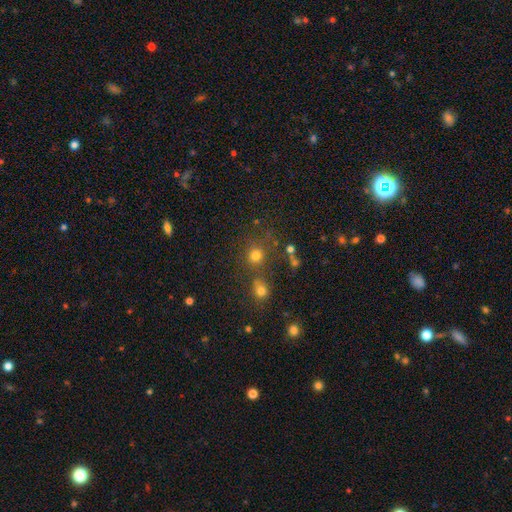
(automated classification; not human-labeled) A smooth galaxy with no disk features (75%) that is round (88%). Merging: none (66%).